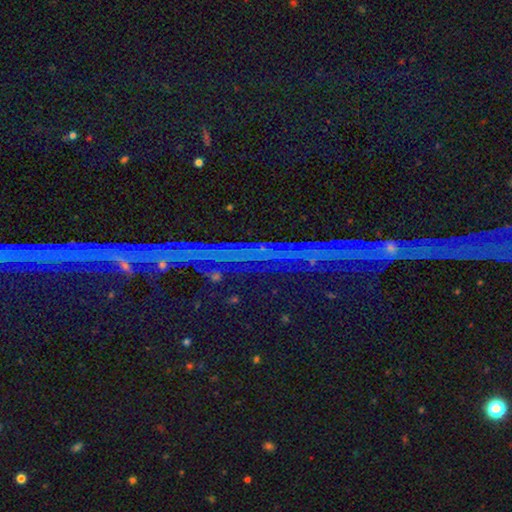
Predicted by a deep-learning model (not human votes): smooth_or_featured: star or artifact (p=0.83) [alt: featured or disk p=0.10]